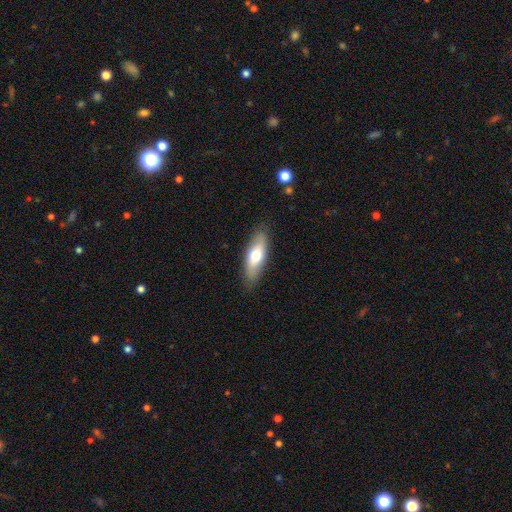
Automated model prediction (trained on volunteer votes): Smooth or featured? smooth (65%)
How rounded? in between (64%)
Merging? none (84%)